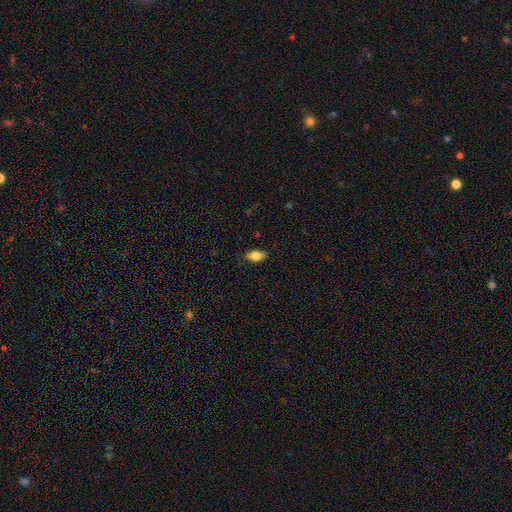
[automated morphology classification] smooth_or_featured: smooth (p=0.82) [alt: featured or disk p=0.11]
how_rounded: in between (p=0.91) [alt: round p=0.05]
merging: none (p=0.84) [alt: minor disturbance p=0.13]